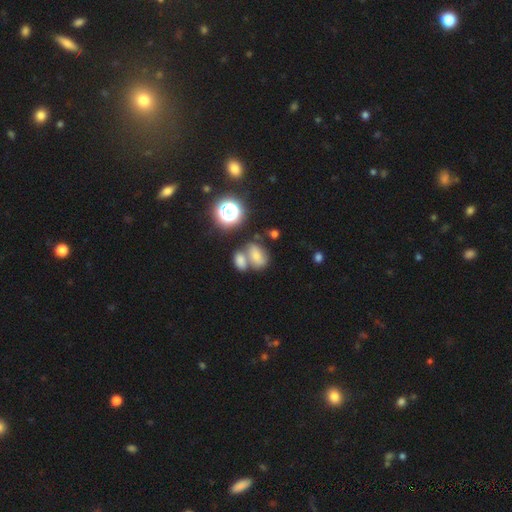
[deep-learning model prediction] Smooth or featured: smooth — 55% (featured or disk — 24%)
How rounded: in between — 68% (round — 29%)
Merging: merger — 46% (none — 39%)